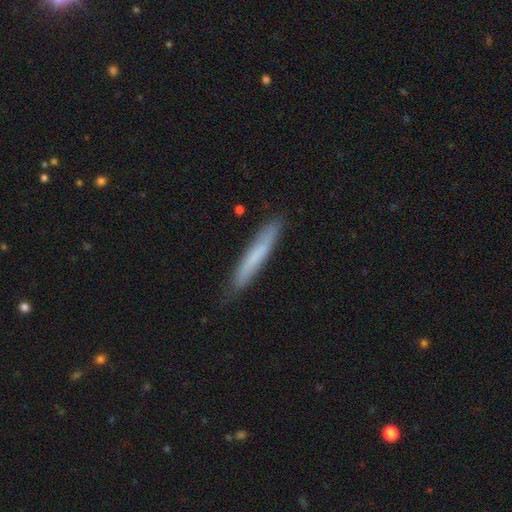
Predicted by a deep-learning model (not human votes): This is likely a smooth galaxy (66%). How rounded: clearly cigar-shaped (94%). Merging: clearly none (85%).